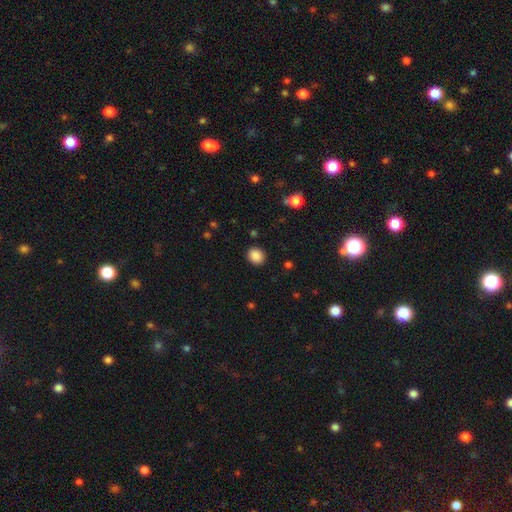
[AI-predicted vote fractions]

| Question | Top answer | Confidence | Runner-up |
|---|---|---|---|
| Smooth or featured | smooth | 88% | star or artifact (9%) |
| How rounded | round | 61% | in between (38%) |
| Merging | none | 90% | minor disturbance (7%) |